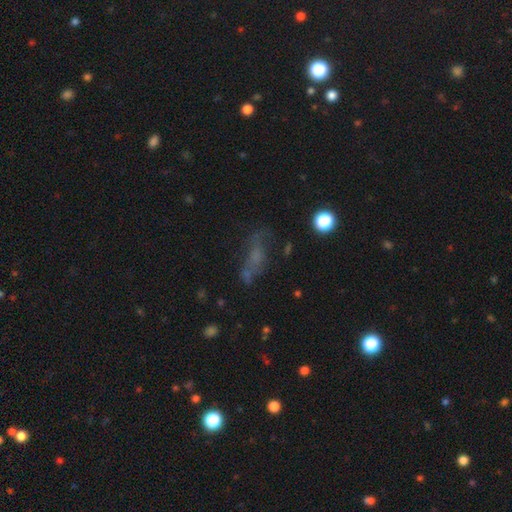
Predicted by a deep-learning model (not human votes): smooth 41%, featured or disk 33%, star or artifact 26%. Down the decision tree: merging — none (49%).